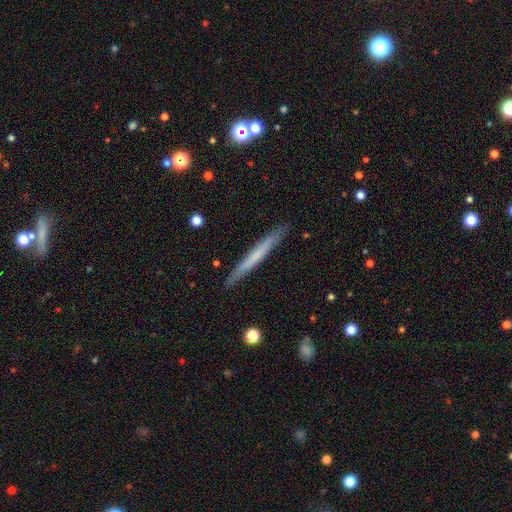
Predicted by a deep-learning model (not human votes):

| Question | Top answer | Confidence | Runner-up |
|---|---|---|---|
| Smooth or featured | smooth | 53% | featured or disk (40%) |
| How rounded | cigar-shaped | 97% | in between (2%) |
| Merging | none | 90% | minor disturbance (8%) |